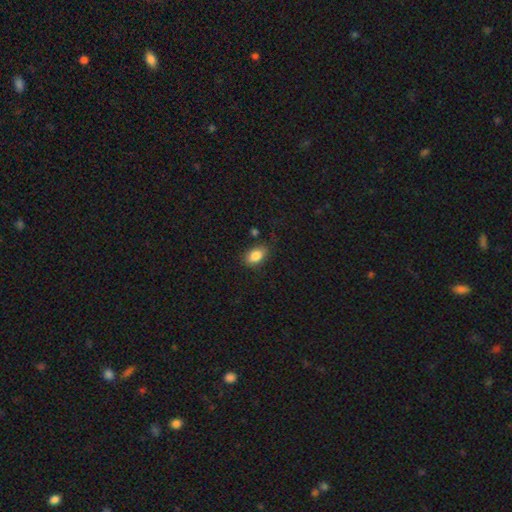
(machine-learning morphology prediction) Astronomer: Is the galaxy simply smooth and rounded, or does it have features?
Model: smooth — 85%.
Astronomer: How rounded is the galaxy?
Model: in between — 88%.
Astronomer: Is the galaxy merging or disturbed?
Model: none — 78%.